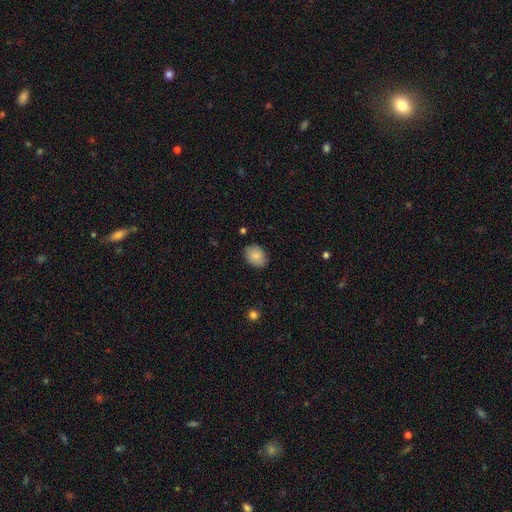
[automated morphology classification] Smooth or featured?
  - smooth: 87% *
  - star or artifact: 7%
  - featured or disk: 6%
How rounded?
  - in between: 69% *
  - round: 31%
  - cigar-shaped: 1%
Merging?
  - none: 83% *
  - minor disturbance: 14%
  - major disturbance: 3%
  - merger: 1%